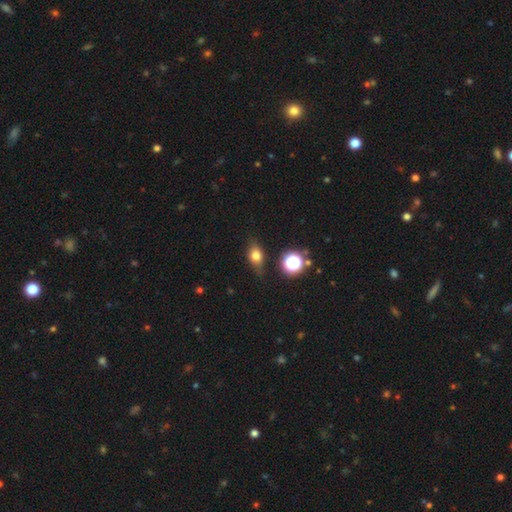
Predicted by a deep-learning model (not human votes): Smooth or featured? smooth (69%)
How rounded? in between (65%)
Merging? none (73%)